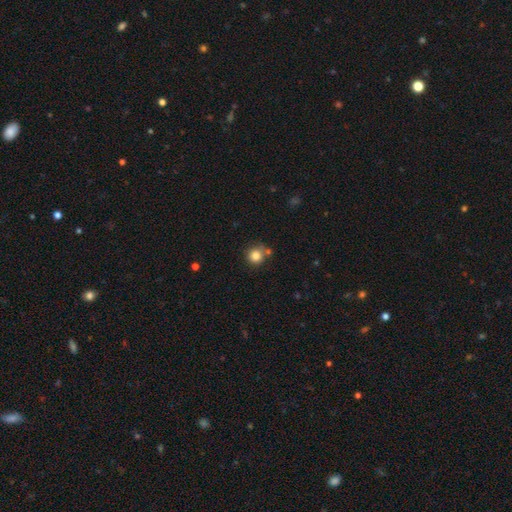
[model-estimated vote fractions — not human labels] The model was most divided on "merging": none: 71%, minor disturbance: 13%, merger: 12%, major disturbance: 4%. More confident: how rounded — round (92%); smooth or featured — smooth (83%).